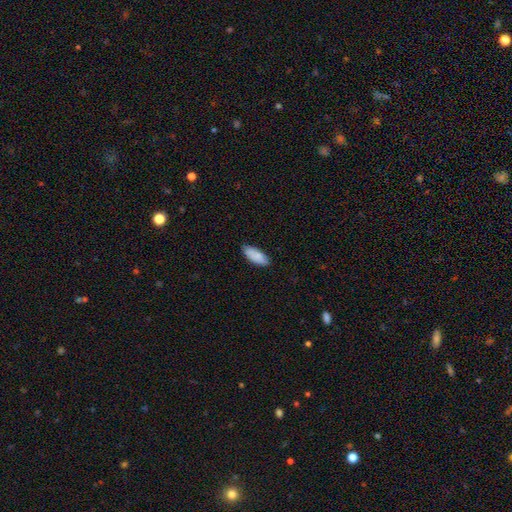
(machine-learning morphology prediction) smooth 85%, featured or disk 9%, star or artifact 6%. Down the decision tree: how rounded — in between (83%); merging — none (84%).